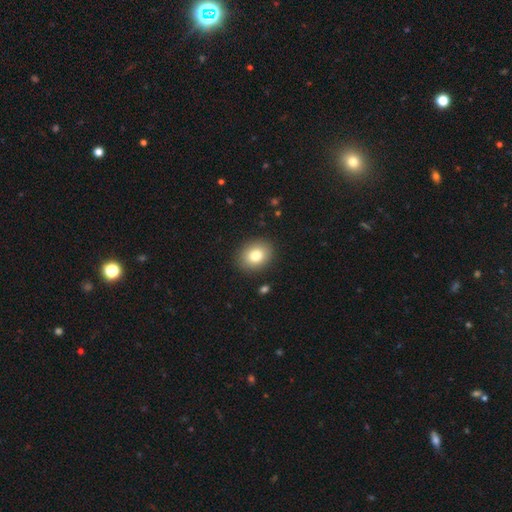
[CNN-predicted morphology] A smooth galaxy with no disk features (81%) that is round (54%). Merging: none (89%).